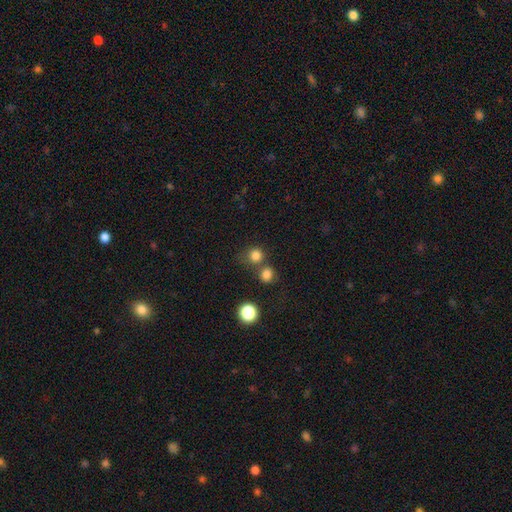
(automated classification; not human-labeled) A smooth galaxy with no disk features (80%) that is round (87%).

Vote fractions:
- Smooth or featured? smooth: 80% / star or artifact: 15% / featured or disk: 6%
- How rounded? round: 87% / in between: 12% / cigar-shaped: 1%
- Merging? none: 59% / merger: 28% / minor disturbance: 9% / major disturbance: 5%